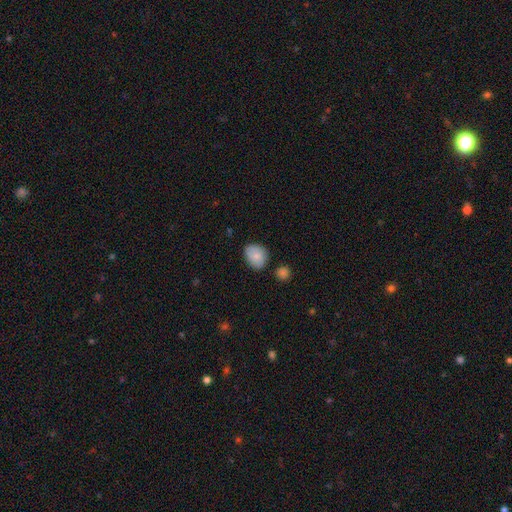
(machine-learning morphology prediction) The model was most divided on "how rounded": in between: 57%, round: 42%, cigar-shaped: 1%. More confident: smooth or featured — smooth (80%); merging — none (69%).